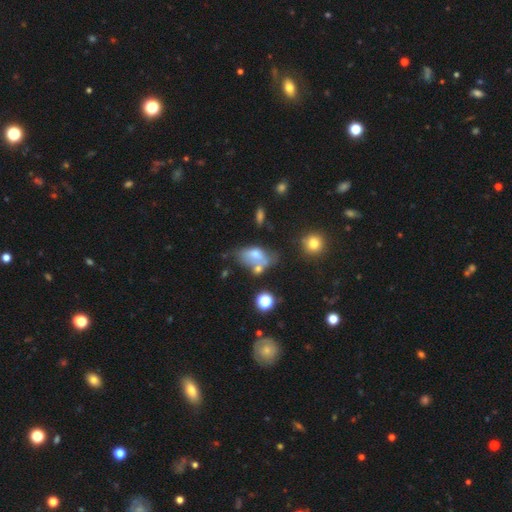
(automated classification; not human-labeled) This appears to be a smooth galaxy with no disk features (55%) that is in between round and cigar-shaped (84%). Merging: merger (33%).